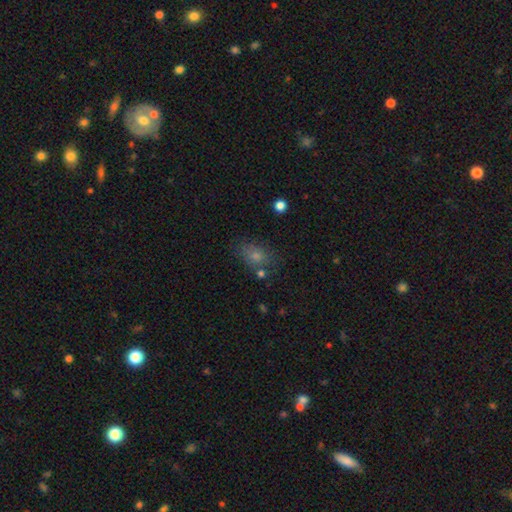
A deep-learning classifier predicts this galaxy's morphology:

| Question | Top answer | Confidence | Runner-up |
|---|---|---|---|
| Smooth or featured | smooth | 64% | star or artifact (22%) |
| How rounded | in between | 69% | round (28%) |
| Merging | none | 73% | minor disturbance (15%) |